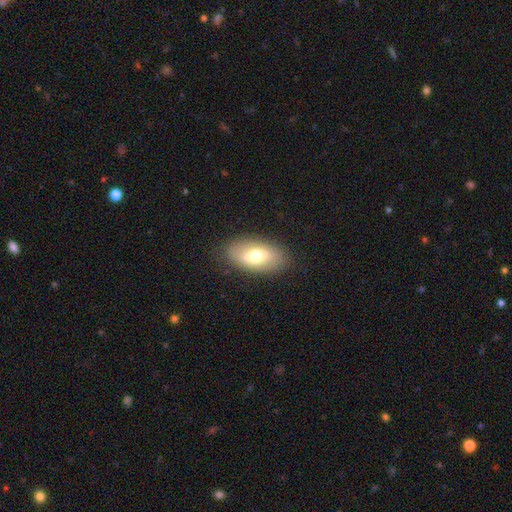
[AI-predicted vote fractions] Morphology: type=smooth (65%); roundness=in between (91%); merging=none (85%).